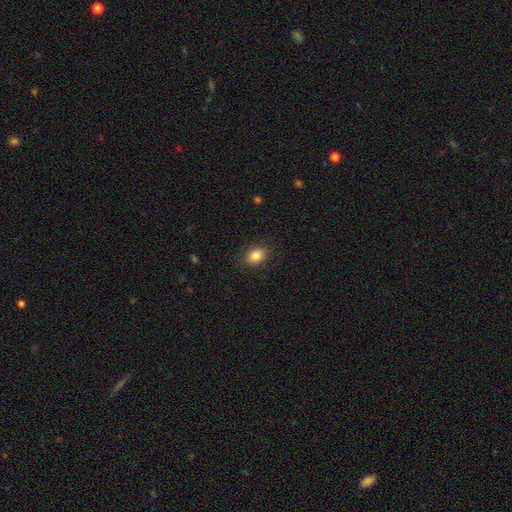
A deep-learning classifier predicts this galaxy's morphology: Smooth or featured: smooth — 85% (star or artifact — 9%)
How rounded: in between — 73% (round — 26%)
Merging: none — 87% (minor disturbance — 10%)